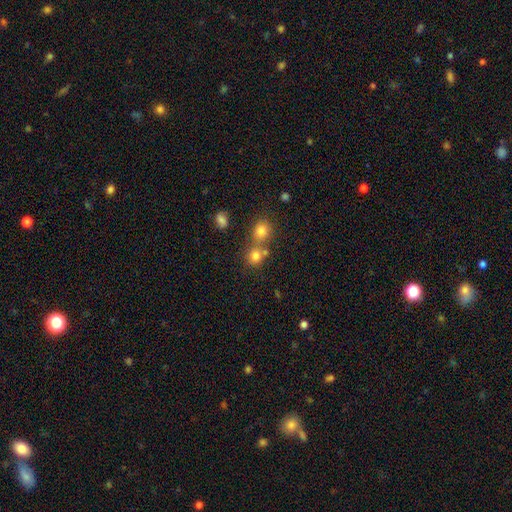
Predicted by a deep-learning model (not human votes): A smooth galaxy with no disk features (78%) that is round (83%).

Vote fractions:
- Smooth or featured? smooth: 78% / star or artifact: 14% / featured or disk: 8%
- How rounded? round: 83% / in between: 16% / cigar-shaped: 1%
- Merging? none: 53% / merger: 37% / minor disturbance: 7% / major disturbance: 3%